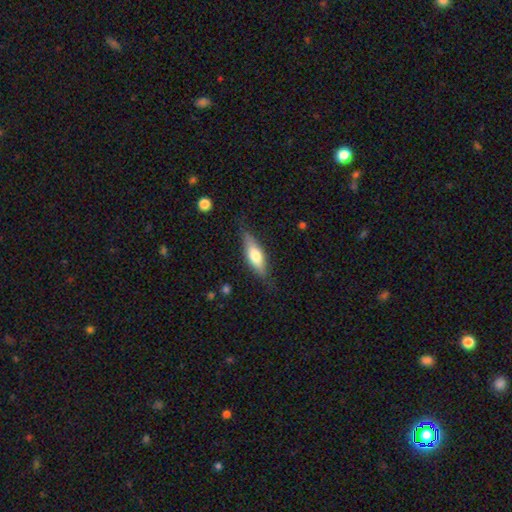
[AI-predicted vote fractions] Smooth or featured? Predicted: smooth (p=0.58). How rounded? Predicted: in between (p=0.49). Merging? Predicted: none (p=0.78).